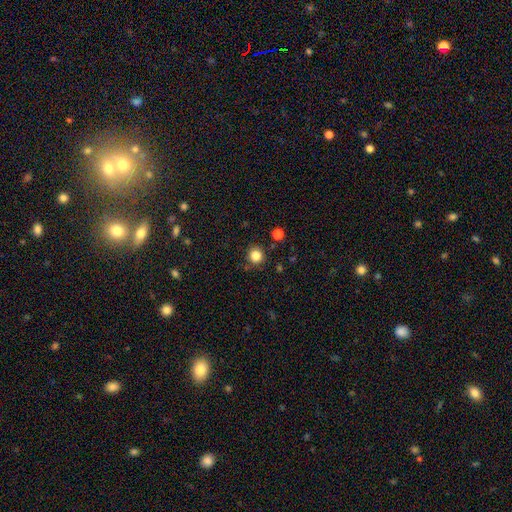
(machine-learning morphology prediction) smooth_or_featured: smooth (p=0.84) [alt: star or artifact p=0.12]
how_rounded: round (p=0.92) [alt: in between p=0.07]
merging: none (p=0.88) [alt: minor disturbance p=0.07]